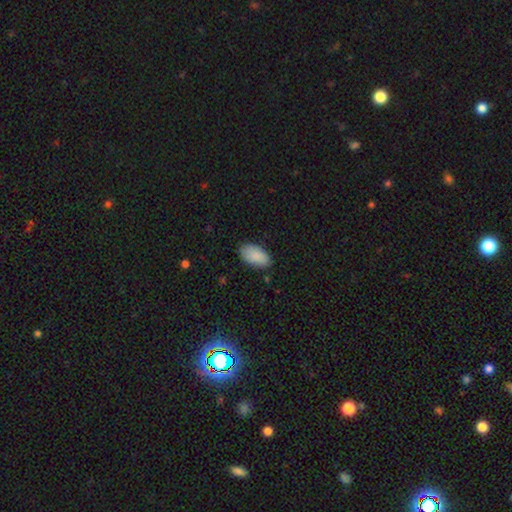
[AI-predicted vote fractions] A smooth galaxy with no disk features (89%) that is in between round and cigar-shaped (95%). Merging: none (82%).